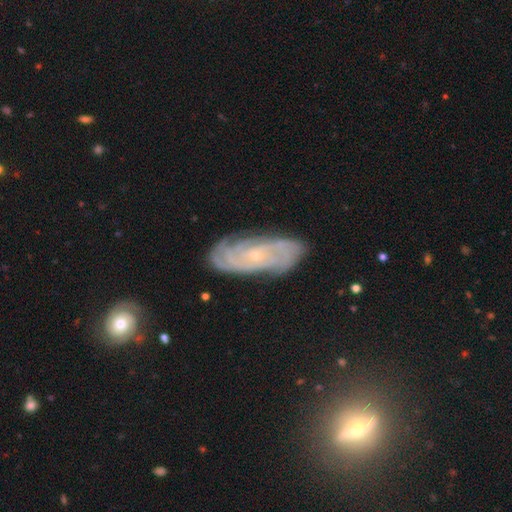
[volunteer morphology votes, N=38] Smooth or featured?
  - featured or disk: 95% *
  - smooth: 5%
  - star or artifact: 0%
Edge-on disk?
  - no: 92% *
  - yes: 8%
Bar?
  - no: 70% *
  - strong: 15%
  - weak: 15%
Spiral arms?
  - yes: 100% *
  - no: 0%
Spiral winding?
  - tight: 91% *
  - medium: 9%
  - loose: 0%
Spiral arm count?
  - 3: 33% *
  - 4: 30%
  - can't tell: 21%
  - more than 4: 15%
  - 1: 0%
  - 2: 0%
Bulge size?
  - small: 79% *
  - moderate: 18%
  - none: 3%
  - dominant: 0%
  - large: 0%
Merging?
  - none: 79% *
  - minor disturbance: 13%
  - major disturbance: 5%
  - merger: 3%